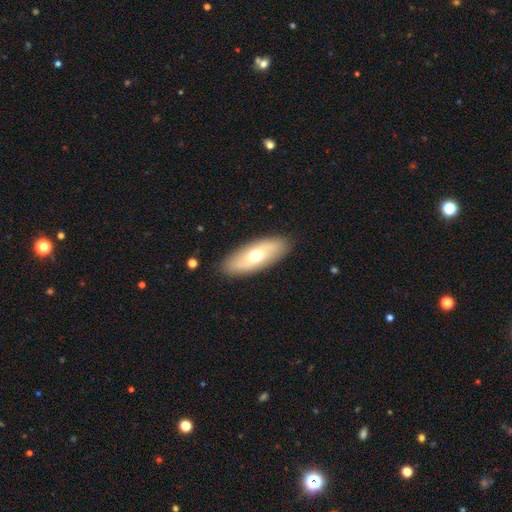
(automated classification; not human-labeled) The model was most divided on "smooth or featured": smooth: 59%, featured or disk: 35%, star or artifact: 6%. More confident: merging — none (88%); how rounded — in between (78%).